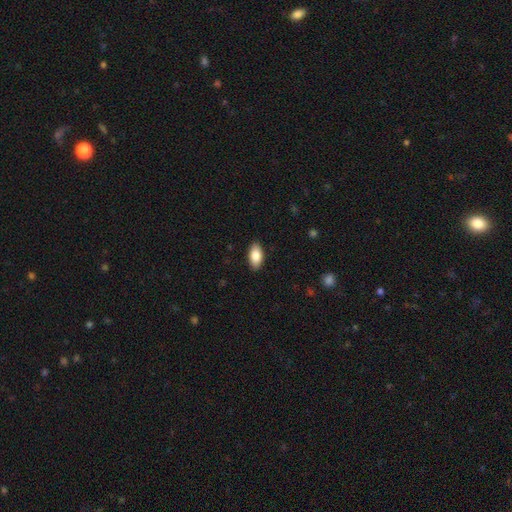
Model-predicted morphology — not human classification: smooth-or-featured: smooth: 85% | featured or disk: 9% | star or artifact: 6%
  how-rounded: in between: 93% | cigar-shaped: 4% | round: 3%
  merging: none: 88% | minor disturbance: 9% | major disturbance: 2% | merger: 1%